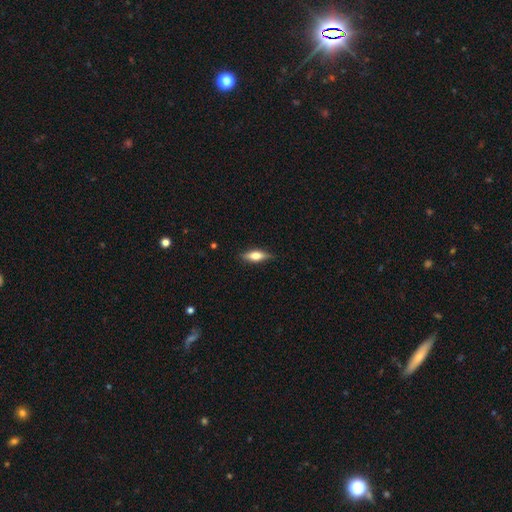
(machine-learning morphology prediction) Overall: smooth (58%; featured or disk 36%). How rounded: in between (57%; cigar-shaped 40%). Merging: none (84%).